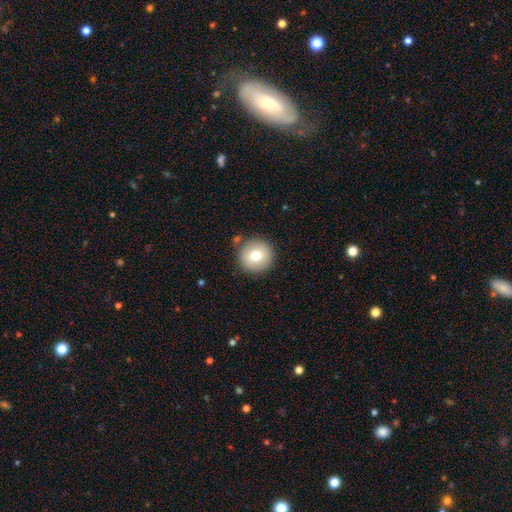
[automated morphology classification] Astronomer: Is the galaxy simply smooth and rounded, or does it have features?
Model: smooth — 75%.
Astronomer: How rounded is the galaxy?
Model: round — 95%.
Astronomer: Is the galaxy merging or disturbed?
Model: none — 87%.